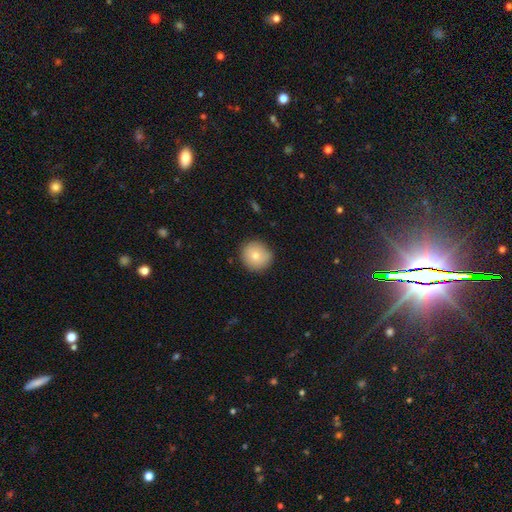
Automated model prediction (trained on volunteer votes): Q: Smooth or featured?
A: smooth (76%); runner-up: featured or disk (14%)
Q: How rounded?
A: round (93%); runner-up: in between (6%)
Q: Merging?
A: none (86%); runner-up: minor disturbance (10%)